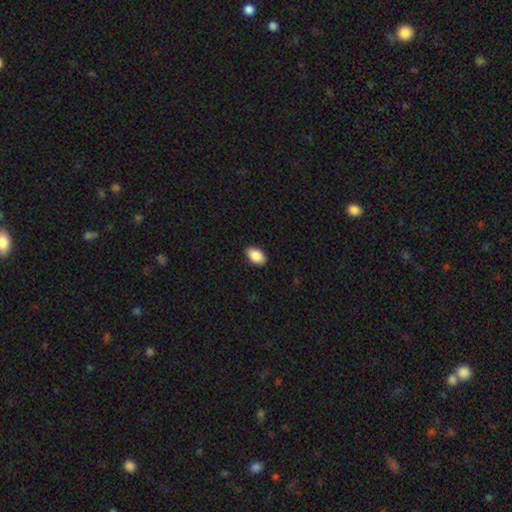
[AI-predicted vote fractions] A smooth galaxy with no disk features (89%) that is in between round and cigar-shaped (93%).

Vote fractions:
- Smooth or featured? smooth: 89% / star or artifact: 7% / featured or disk: 4%
- How rounded? in between: 93% / round: 5% / cigar-shaped: 1%
- Merging? none: 90% / minor disturbance: 8% / major disturbance: 2% / merger: 1%